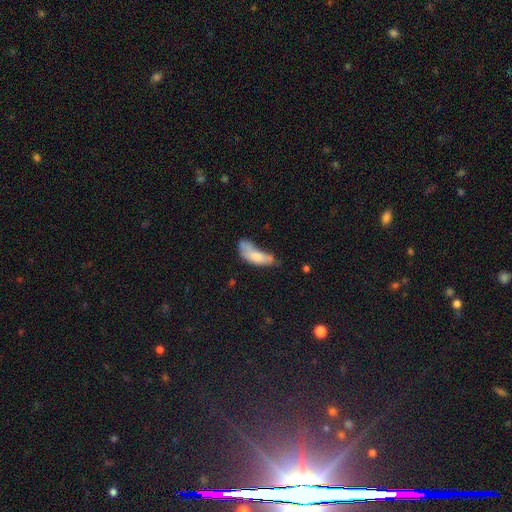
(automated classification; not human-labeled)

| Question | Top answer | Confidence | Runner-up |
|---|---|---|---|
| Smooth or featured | smooth | 71% | featured or disk (20%) |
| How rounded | in between | 71% | cigar-shaped (26%) |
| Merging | minor disturbance | 30% | major disturbance (29%) |